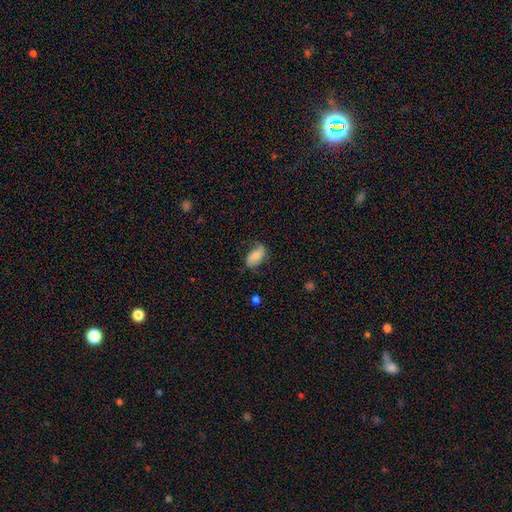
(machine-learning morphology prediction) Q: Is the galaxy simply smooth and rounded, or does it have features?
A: smooth — 56%.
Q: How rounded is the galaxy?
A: in between — 91%.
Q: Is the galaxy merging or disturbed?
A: none — 64%.